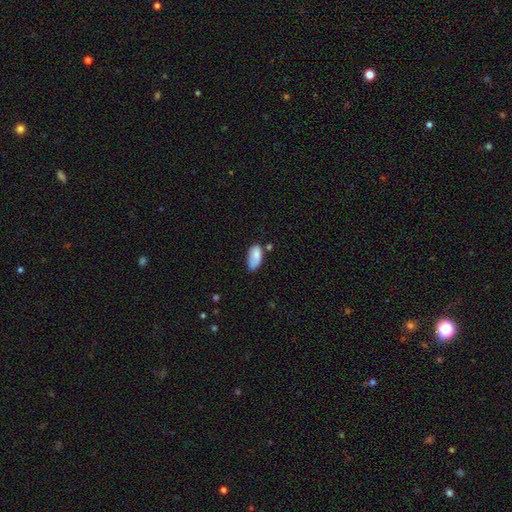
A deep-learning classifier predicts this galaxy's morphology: This is clearly a smooth galaxy (81%). How rounded: clearly in between (93%). Merging: possibly none (48%).